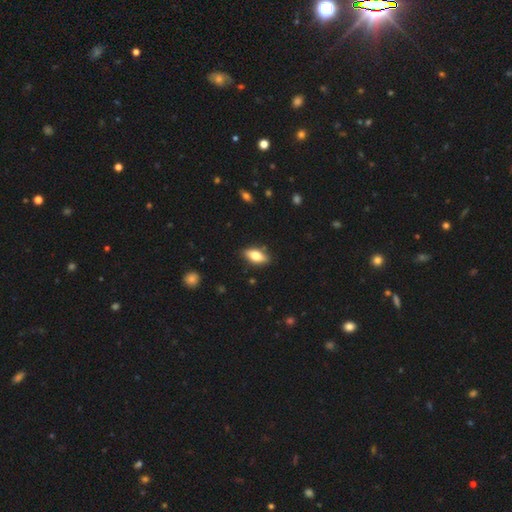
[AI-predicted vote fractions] smooth-or-featured: smooth: 67% | featured or disk: 26% | star or artifact: 7%
  how-rounded: in between: 81% | cigar-shaped: 15% | round: 4%
  merging: none: 84% | minor disturbance: 12% | major disturbance: 2% | merger: 2%